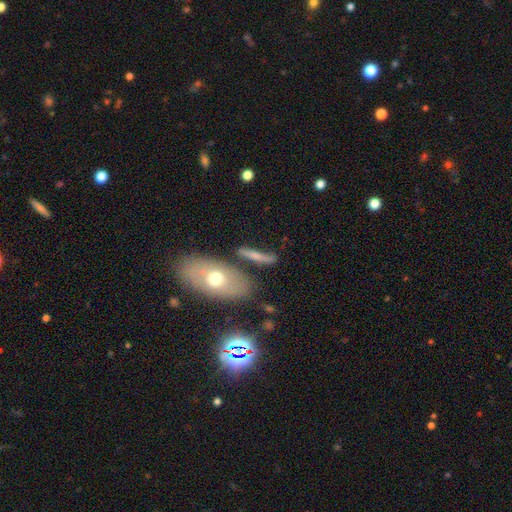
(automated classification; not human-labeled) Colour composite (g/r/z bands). It shows a smooth galaxy with no disk features (57%) that is cigar-shaped (67%). Merging: none (67%).